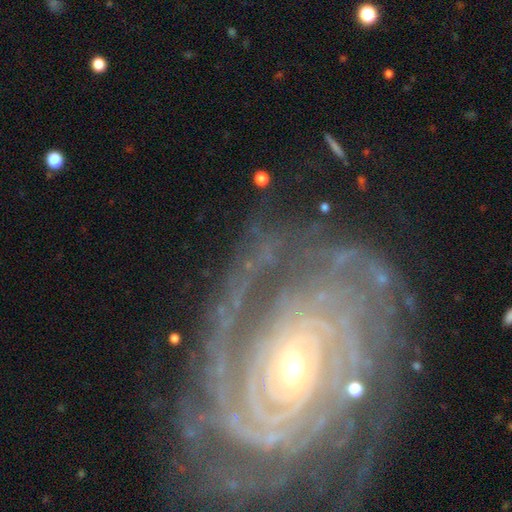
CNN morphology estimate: Smooth or featured: featured or disk — 90% (star or artifact — 6%)
Edge-on disk: no — 97% (yes — 3%)
Bar: no — 57% (weak — 26%)
Spiral arms: yes — 98% (no — 2%)
Spiral winding: tight — 82% (medium — 15%)
Spiral arm count: can't tell — 23% (more than 4 — 19%)
Bulge size: small — 70% (moderate — 26%)
Merging: none — 73% (minor disturbance — 16%)